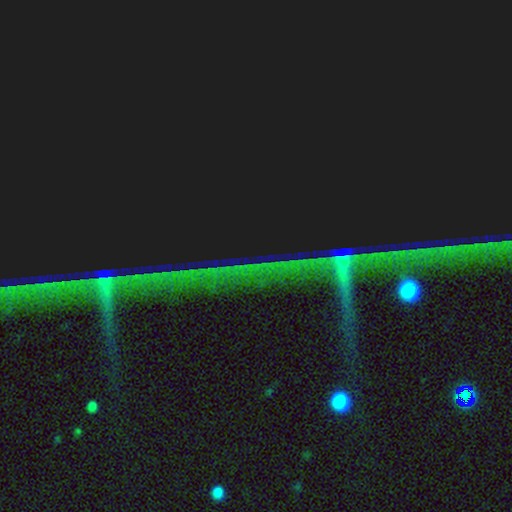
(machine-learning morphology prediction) star or artifact 82%, featured or disk 10%, smooth 8%.